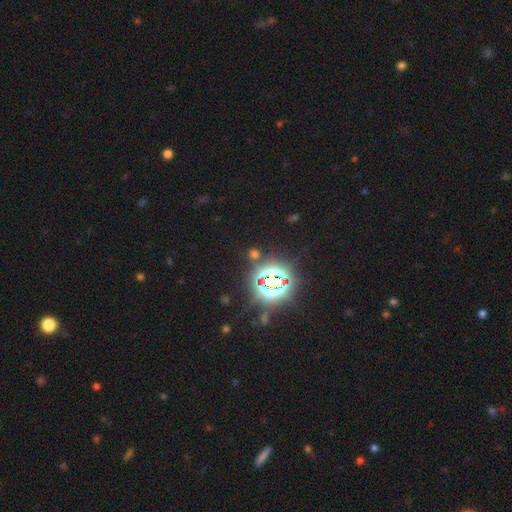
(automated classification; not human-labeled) This is clearly a star or artifact rather than a galaxy (81%).